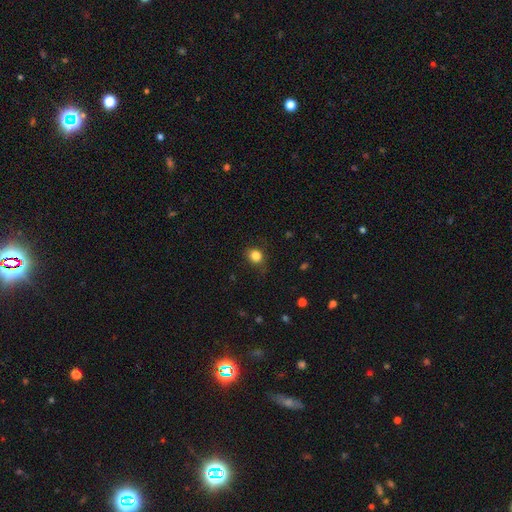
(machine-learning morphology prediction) The model was most divided on "how rounded": round: 75%, in between: 24%, cigar-shaped: 1%. More confident: smooth or featured — smooth (83%); merging — none (76%).